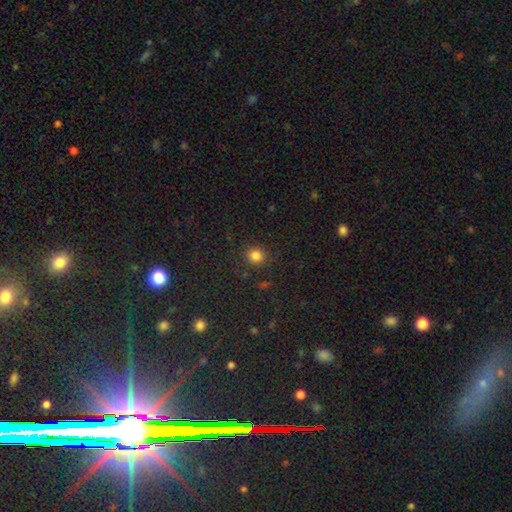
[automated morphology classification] This is clearly a smooth galaxy (82%). How rounded: clearly round (89%). Merging: clearly none (88%).